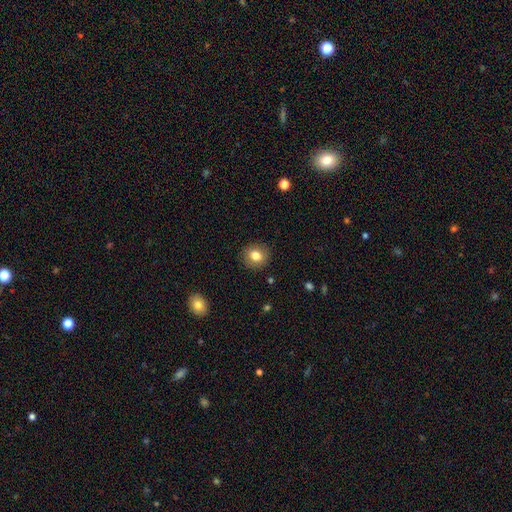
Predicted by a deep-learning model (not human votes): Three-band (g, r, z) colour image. It shows a smooth galaxy with no disk features (80%) that is round (82%). Merging: none (90%).